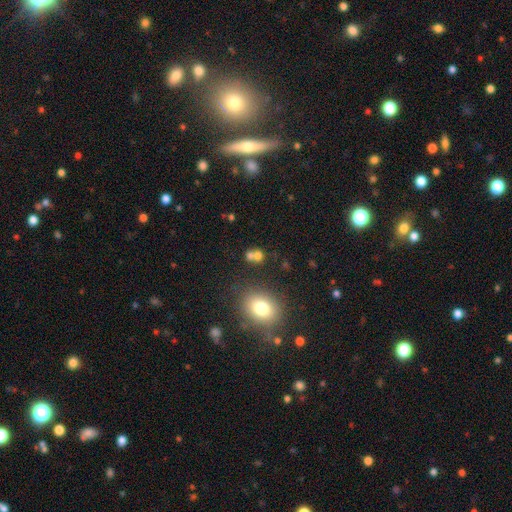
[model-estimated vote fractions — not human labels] Smooth or featured? Predicted: smooth (p=0.70). How rounded? Predicted: round (p=0.73). Merging? Predicted: none (p=0.45).